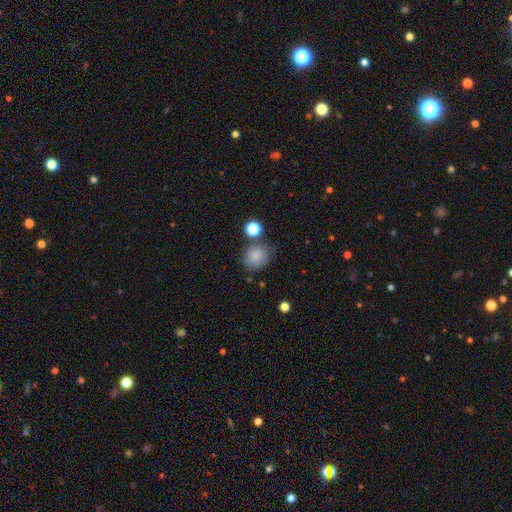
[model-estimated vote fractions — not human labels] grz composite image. It shows a smooth galaxy with no disk features (82%) that is round (78%). Merging: none (70%).